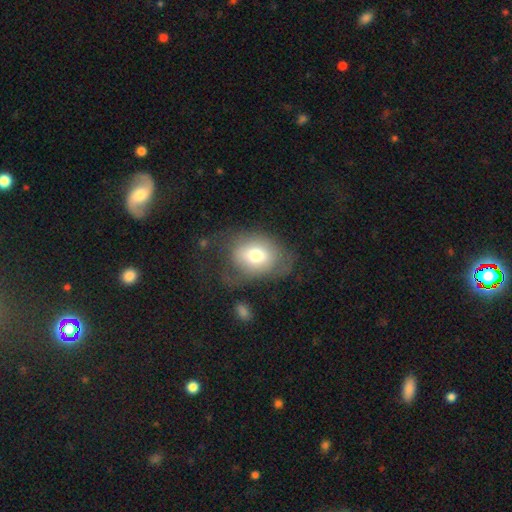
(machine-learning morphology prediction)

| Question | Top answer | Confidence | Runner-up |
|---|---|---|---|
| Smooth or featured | smooth | 65% | featured or disk (26%) |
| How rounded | in between | 62% | round (37%) |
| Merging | none | 42% | major disturbance (30%) |